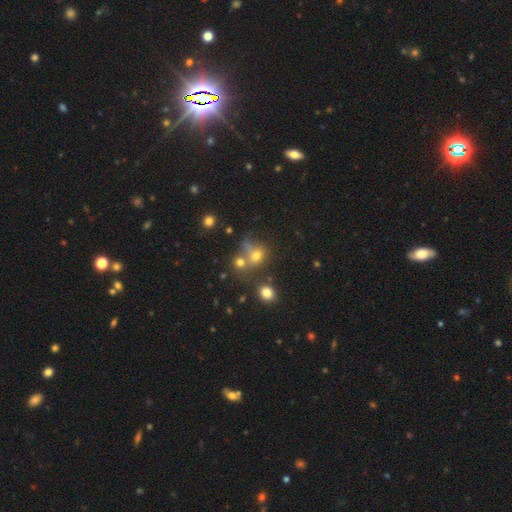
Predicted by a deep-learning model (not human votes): smooth 65%, star or artifact 20%, featured or disk 15%. Down the decision tree: how rounded — round (66%); merging — merger (39%).